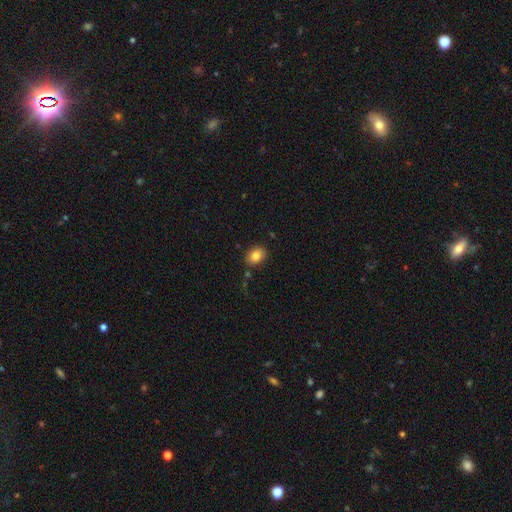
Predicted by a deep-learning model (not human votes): Morphology: type=smooth (84%); roundness=in between (73%); merging=none (83%).